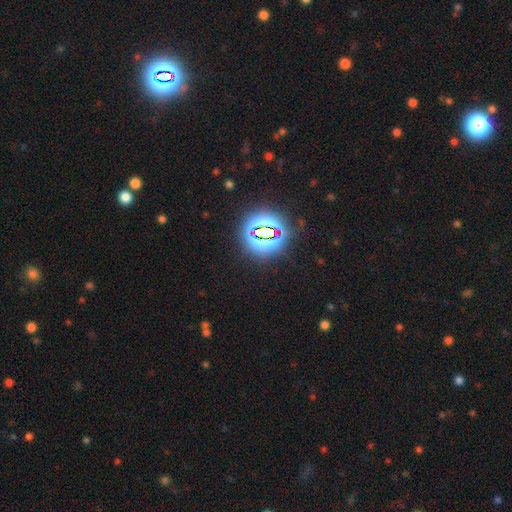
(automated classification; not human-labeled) Smooth or featured? Predicted: star or artifact (p=0.81).